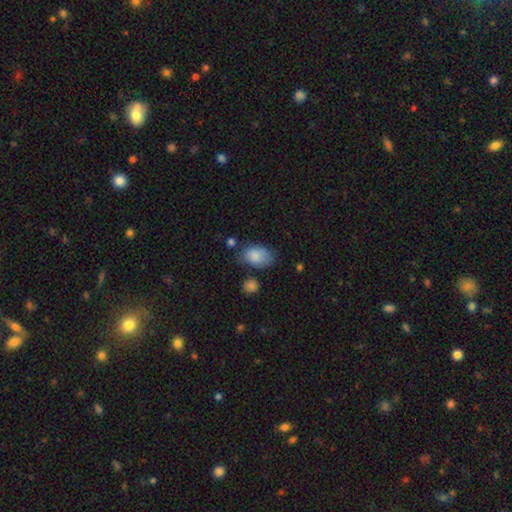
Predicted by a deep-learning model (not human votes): This appears to be a smooth galaxy with no disk features (85%) that is in between round and cigar-shaped (86%). Merging: none (57%).